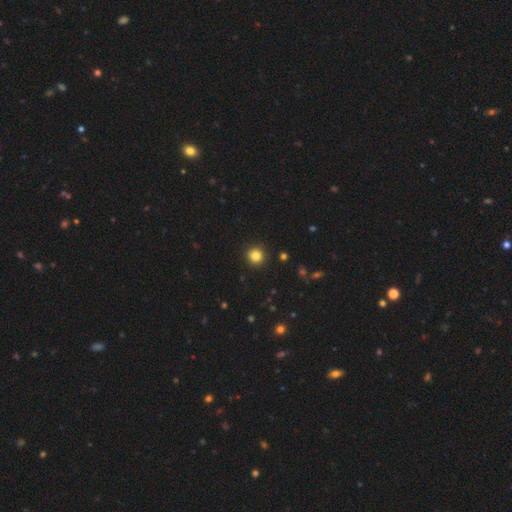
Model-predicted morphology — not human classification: This appears to be a smooth galaxy with no disk features (83%) that is round (95%). Merging: none (92%).